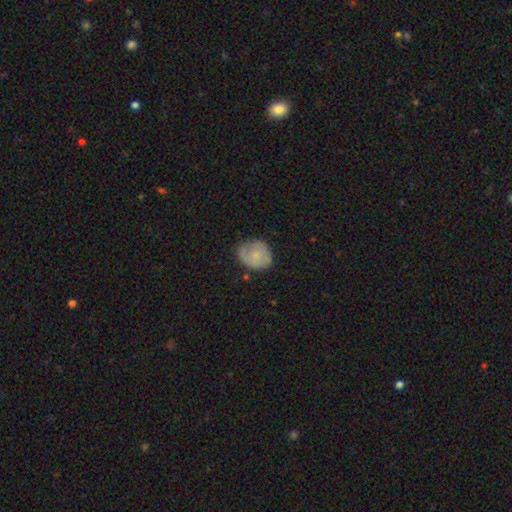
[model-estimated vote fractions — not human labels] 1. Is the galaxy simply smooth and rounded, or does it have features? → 66% smooth, 27% featured or disk, 7% star or artifact.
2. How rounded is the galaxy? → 63% round, 36% in between, 1% cigar-shaped.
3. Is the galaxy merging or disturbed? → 70% none, 23% minor disturbance, 6% major disturbance, 2% merger.